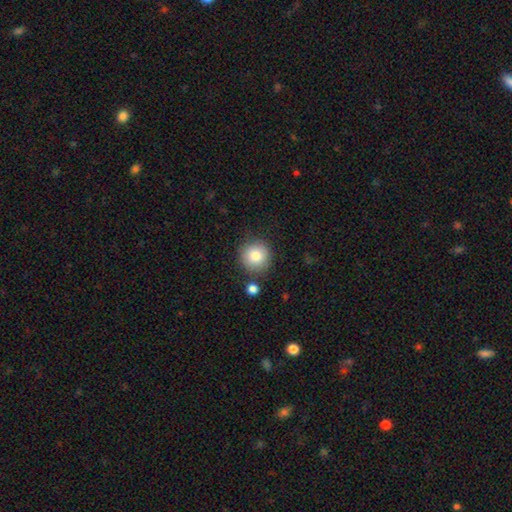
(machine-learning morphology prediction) Smooth or featured? smooth (82%)
How rounded? round (94%)
Merging? none (81%)